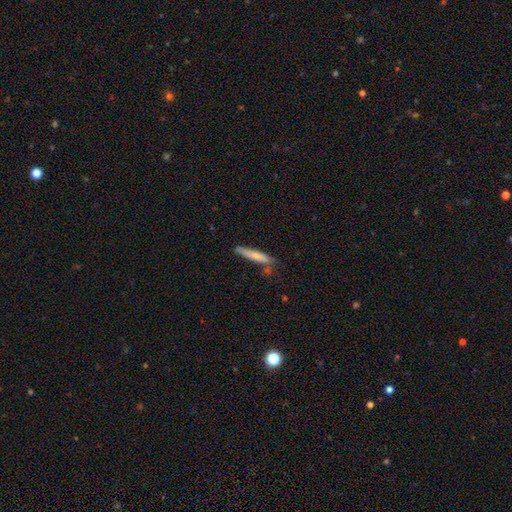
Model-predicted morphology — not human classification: A smooth galaxy with no disk features (69%) that is cigar-shaped (92%).

Vote fractions:
- Smooth or featured? smooth: 69% / featured or disk: 25% / star or artifact: 6%
- How rounded? cigar-shaped: 92% / in between: 7% / round: 1%
- Merging? none: 72% / minor disturbance: 19% / merger: 6% / major disturbance: 4%